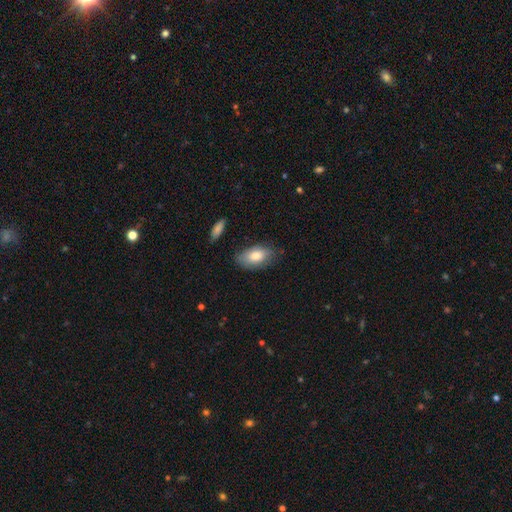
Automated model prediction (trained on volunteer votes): Smooth or featured?
  - smooth: 82% *
  - featured or disk: 12%
  - star or artifact: 6%
How rounded?
  - in between: 92% *
  - round: 4%
  - cigar-shaped: 3%
Merging?
  - none: 76% *
  - minor disturbance: 18%
  - major disturbance: 4%
  - merger: 2%